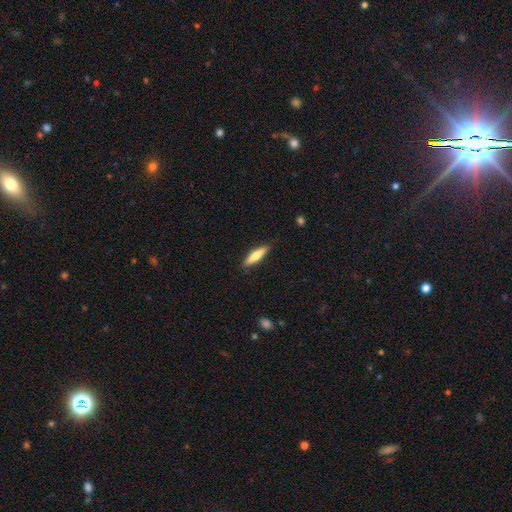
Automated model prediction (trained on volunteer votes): Overall: smooth (67%; featured or disk 28%). How rounded: cigar-shaped (75%). Merging: none (87%).